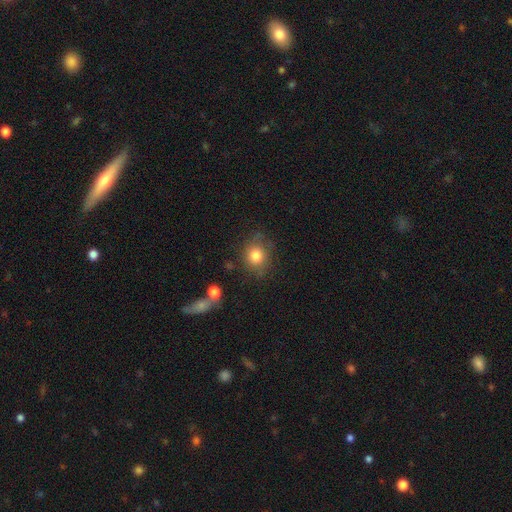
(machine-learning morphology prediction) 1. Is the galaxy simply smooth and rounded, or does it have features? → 81% smooth, 10% star or artifact, 9% featured or disk.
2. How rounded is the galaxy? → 78% round, 21% in between, 1% cigar-shaped.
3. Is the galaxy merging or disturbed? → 74% none, 16% minor disturbance, 6% major disturbance, 4% merger.